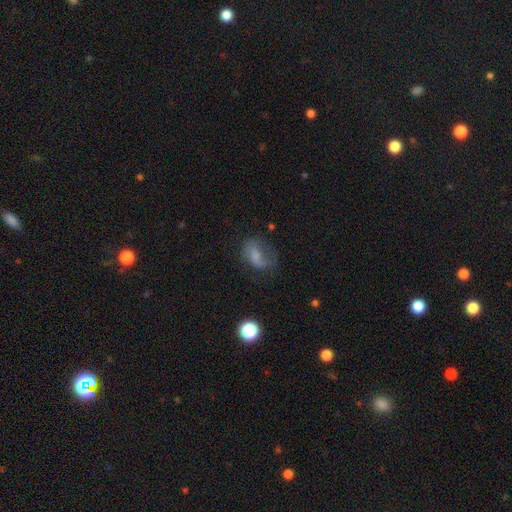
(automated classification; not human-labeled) Overall: smooth (57%; featured or disk 31%). How rounded: in between (79%). Merging: none (45%; minor disturbance 27%).